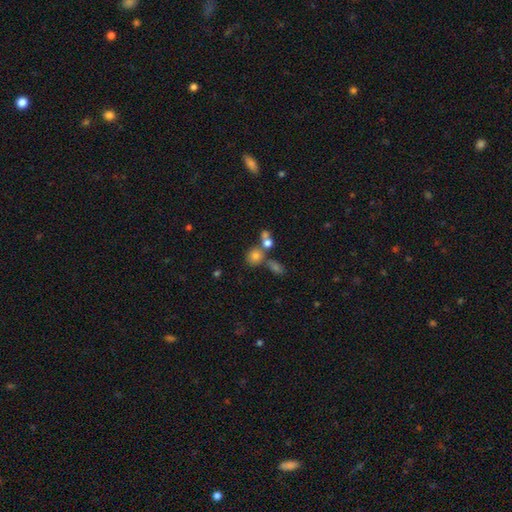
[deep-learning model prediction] A smooth galaxy with no disk features (74%) that is round (76%). Merging: none (50%).